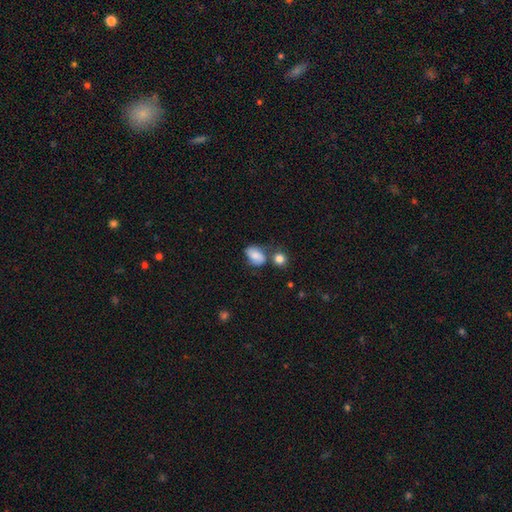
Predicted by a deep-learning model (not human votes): Q: Smooth or featured?
A: smooth (72%); runner-up: featured or disk (19%)
Q: How rounded?
A: in between (82%); runner-up: round (16%)
Q: Merging?
A: none (49%); runner-up: minor disturbance (24%)